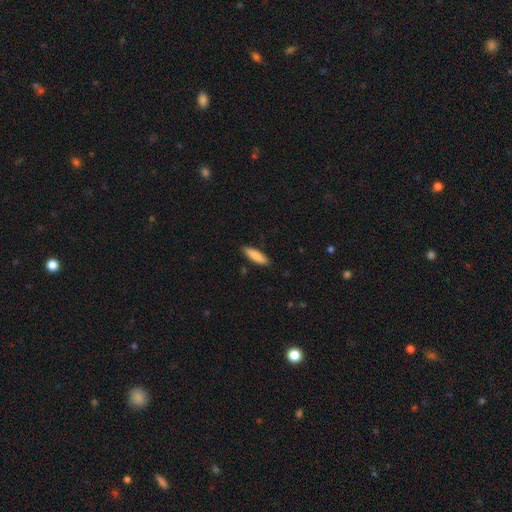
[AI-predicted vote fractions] This appears to be a smooth galaxy with no disk features (83%) that is cigar-shaped (67%). Merging: none (87%).